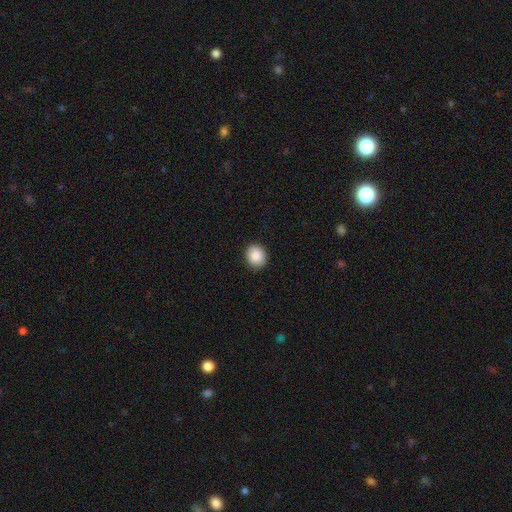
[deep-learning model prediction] Morphology: type=smooth (88%); roundness=round (79%); merging=none (91%).